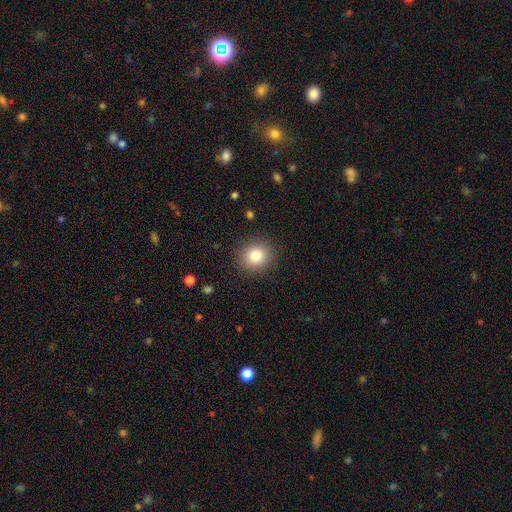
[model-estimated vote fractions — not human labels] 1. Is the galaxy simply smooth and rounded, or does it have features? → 83% smooth, 11% star or artifact, 7% featured or disk.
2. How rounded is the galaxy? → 84% round, 16% in between, 1% cigar-shaped.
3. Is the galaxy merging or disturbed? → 89% none, 7% minor disturbance, 3% major disturbance, 1% merger.